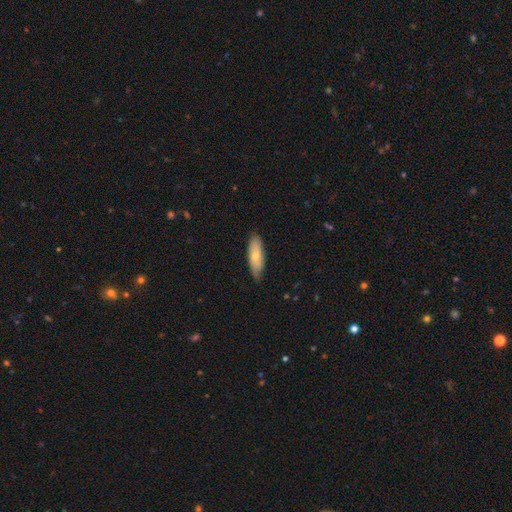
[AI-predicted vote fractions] This appears to be a smooth galaxy with no disk features (69%) that is in between round and cigar-shaped (61%). Merging: none (75%).